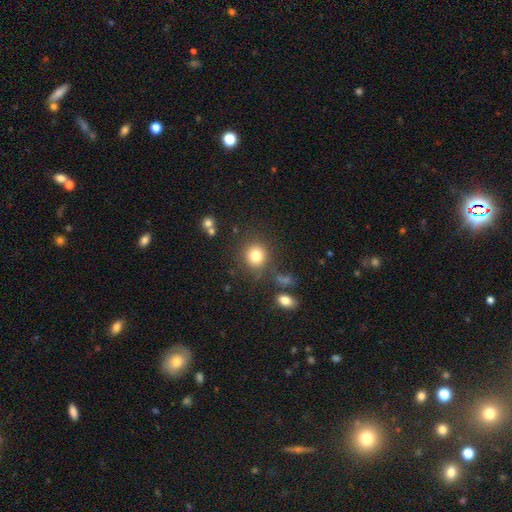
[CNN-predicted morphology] Smooth or featured: smooth — 81% (star or artifact — 12%)
How rounded: round — 86% (in between — 13%)
Merging: none — 80% (minor disturbance — 10%)